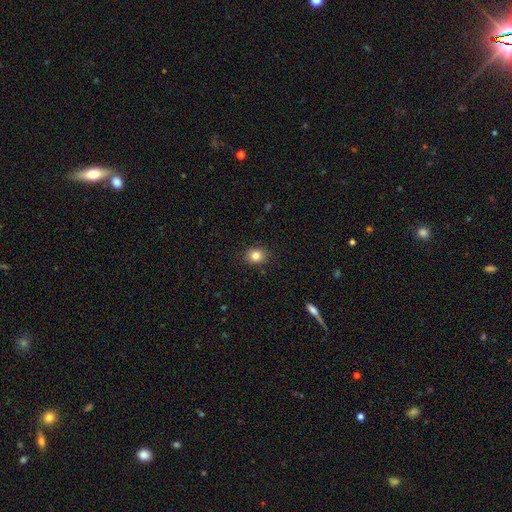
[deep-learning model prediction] Smooth or featured? smooth (82%)
How rounded? round (63%)
Merging? none (89%)